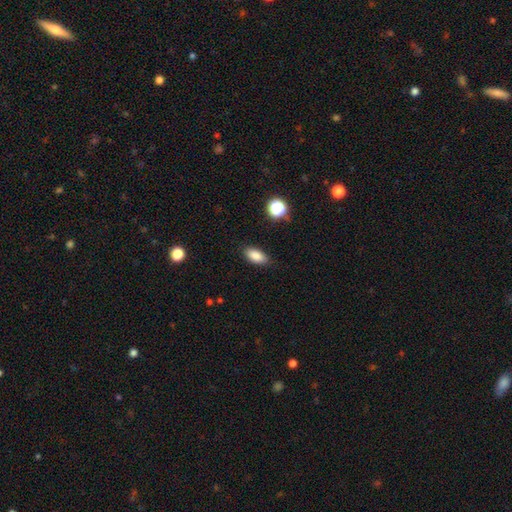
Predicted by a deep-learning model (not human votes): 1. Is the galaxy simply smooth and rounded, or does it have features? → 86% smooth, 9% star or artifact, 5% featured or disk.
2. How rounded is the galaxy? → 88% in between, 8% cigar-shaped, 5% round.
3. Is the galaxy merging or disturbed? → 86% none, 10% minor disturbance, 2% major disturbance, 1% merger.